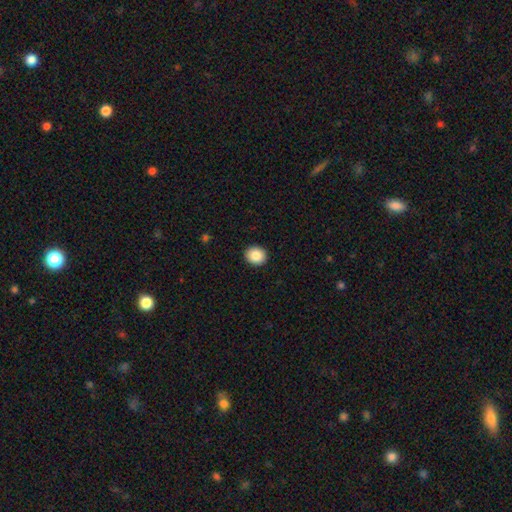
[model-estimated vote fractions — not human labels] Smooth or featured?
  - smooth: 87% *
  - star or artifact: 8%
  - featured or disk: 4%
How rounded?
  - round: 75% *
  - in between: 24%
  - cigar-shaped: 1%
Merging?
  - none: 92% *
  - minor disturbance: 5%
  - major disturbance: 2%
  - merger: 1%